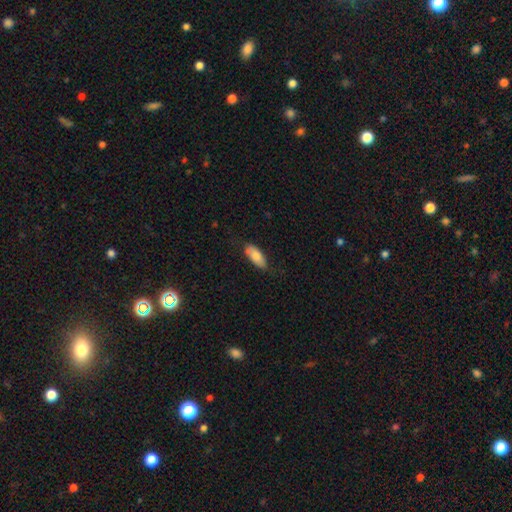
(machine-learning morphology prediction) Overall: smooth (76%). How rounded: in between (83%). Merging: none (73%).